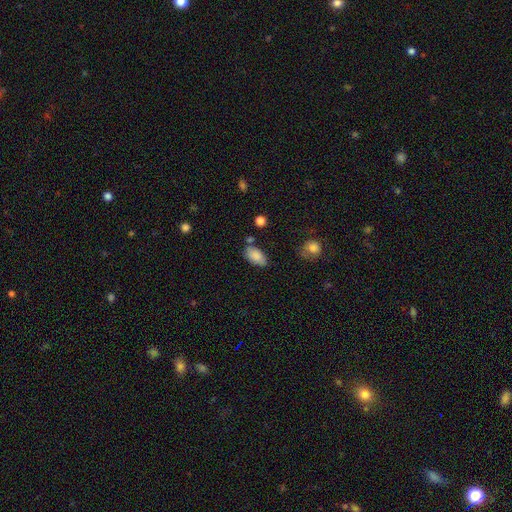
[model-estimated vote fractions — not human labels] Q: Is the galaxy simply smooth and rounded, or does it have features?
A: smooth — 86%.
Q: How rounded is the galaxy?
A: in between — 93%.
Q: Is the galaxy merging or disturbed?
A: none — 71%.